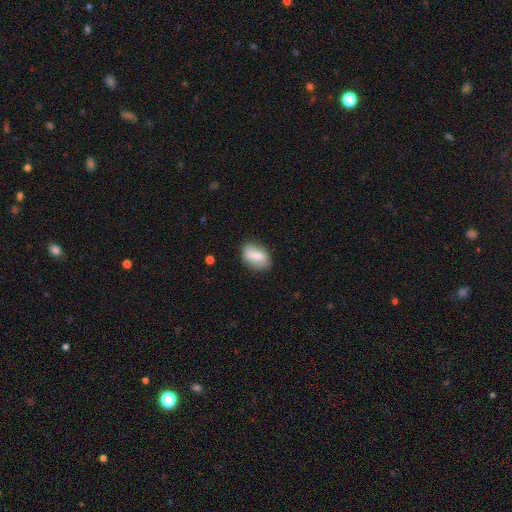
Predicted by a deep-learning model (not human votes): The model was most divided on "smooth or featured": smooth: 75%, featured or disk: 18%, star or artifact: 7%. More confident: how rounded — in between (86%); merging — none (81%).